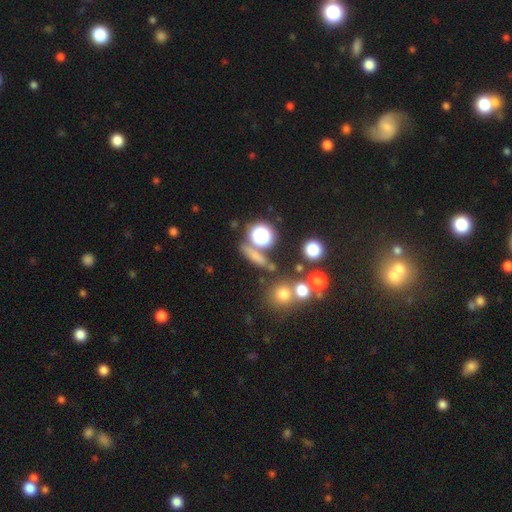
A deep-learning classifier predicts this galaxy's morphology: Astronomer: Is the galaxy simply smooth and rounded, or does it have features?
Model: smooth — 60%.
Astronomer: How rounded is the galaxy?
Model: cigar-shaped — 50% (runner-up: round, 32%).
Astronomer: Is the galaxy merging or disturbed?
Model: none — 71%.